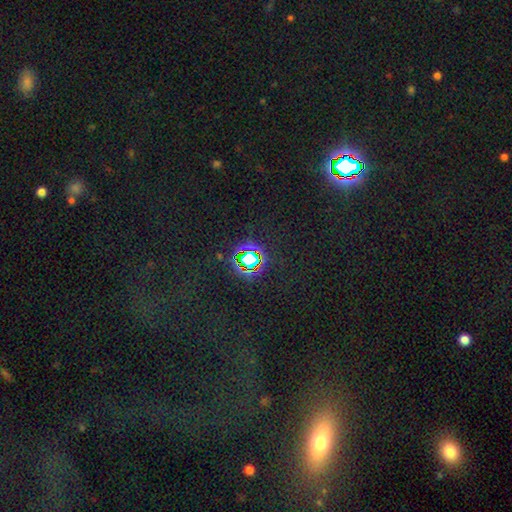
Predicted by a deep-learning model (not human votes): Smooth or featured?
  - star or artifact: 77% *
  - smooth: 15%
  - featured or disk: 8%